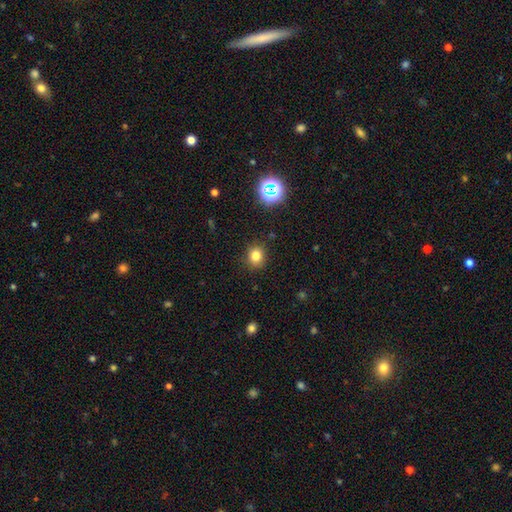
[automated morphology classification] Smooth or featured: smooth — 79% (star or artifact — 15%)
How rounded: round — 76% (in between — 23%)
Merging: none — 88% (minor disturbance — 8%)